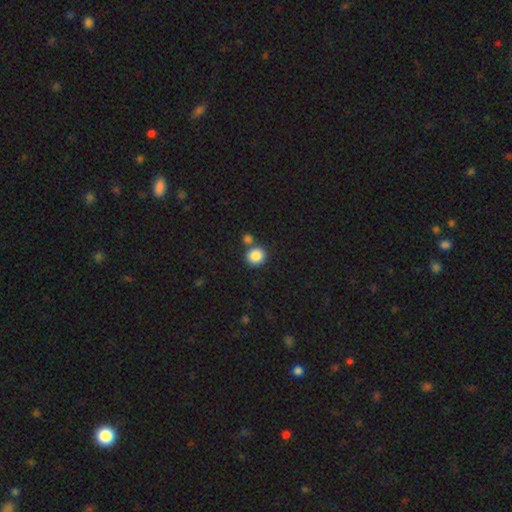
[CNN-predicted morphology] smooth-or-featured: smooth: 87% | star or artifact: 9% | featured or disk: 4%
  how-rounded: round: 87% | in between: 12% | cigar-shaped: 1%
  merging: none: 70% | merger: 19% | minor disturbance: 8% | major disturbance: 3%